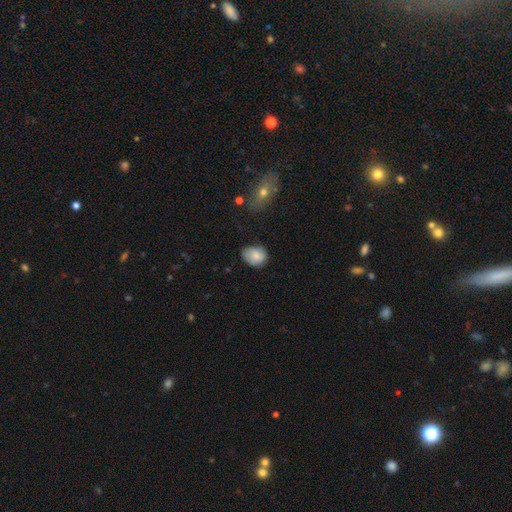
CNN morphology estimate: This is likely a smooth galaxy (79%). How rounded: possibly in between (59%). Merging: possibly none (56%).